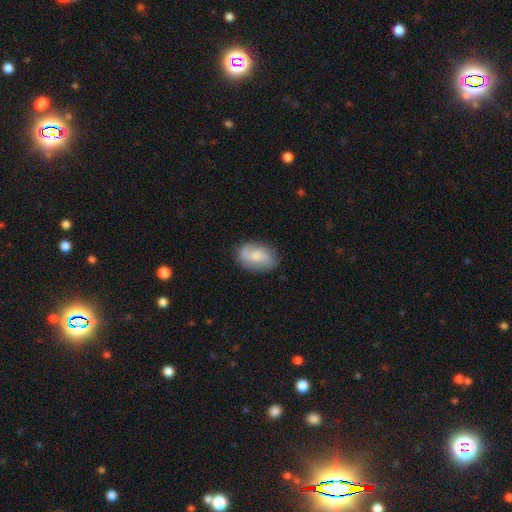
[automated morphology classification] This is possibly a featured or disk galaxy (47%). Merging: likely none (78%).